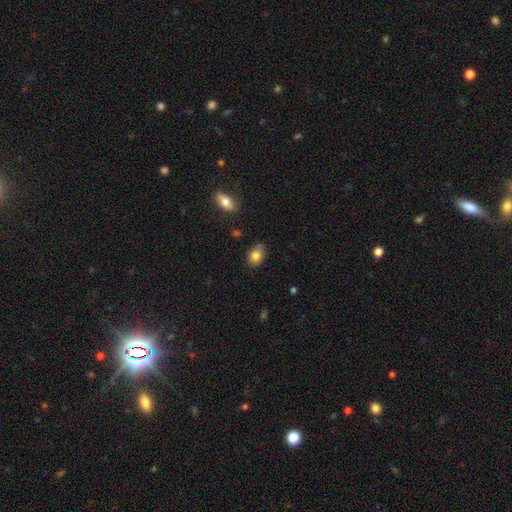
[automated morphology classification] A smooth galaxy with no disk features (81%) that is in between round and cigar-shaped (67%). Merging: none (68%).